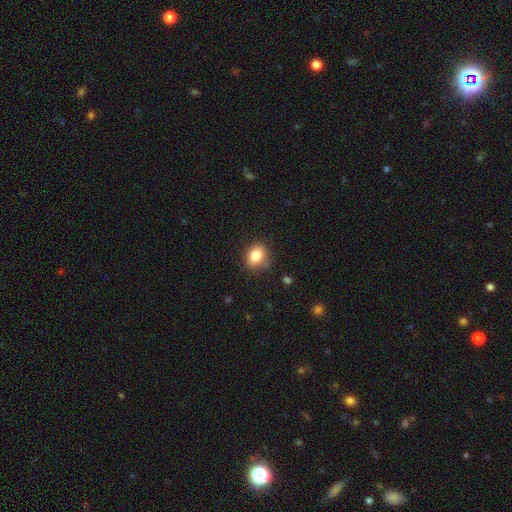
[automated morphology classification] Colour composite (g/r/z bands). It shows a smooth galaxy with no disk features (83%) that is in between round and cigar-shaped (54%). Merging: none (80%).